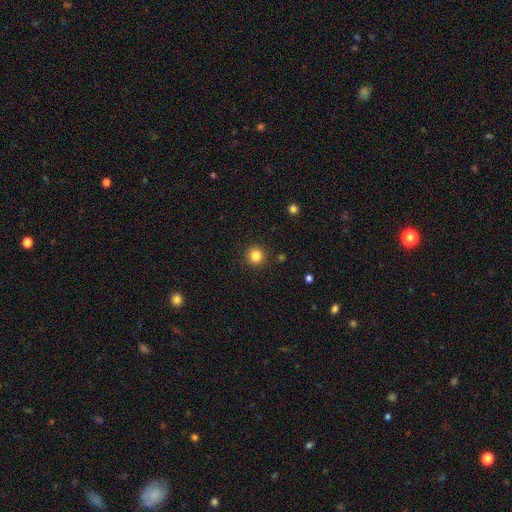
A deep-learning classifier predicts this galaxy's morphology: smooth 83%, star or artifact 12%, featured or disk 5%. Down the decision tree: how rounded — round (94%); merging — none (91%).